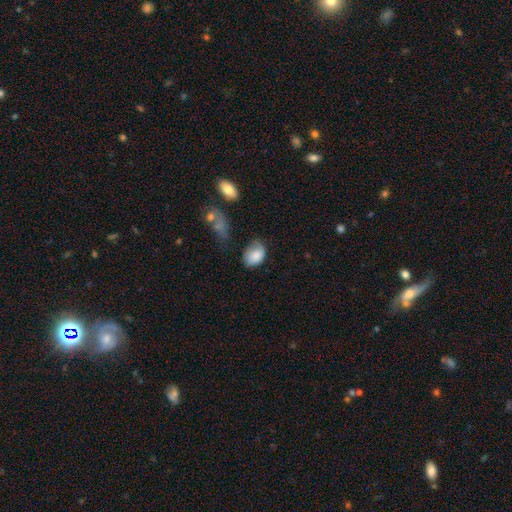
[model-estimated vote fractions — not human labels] Smooth or featured? Predicted: smooth (p=0.82). How rounded? Predicted: in between (p=0.80). Merging? Predicted: none (p=0.47).